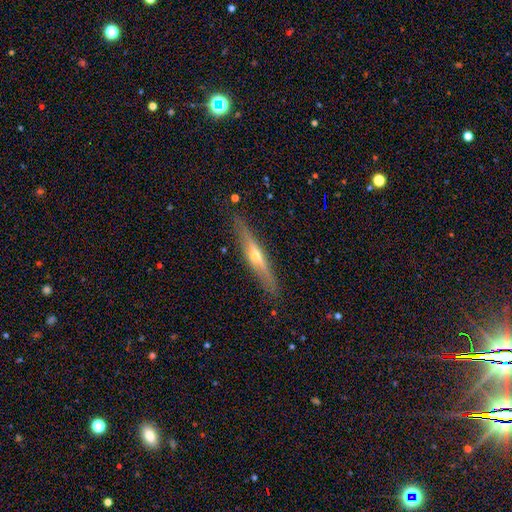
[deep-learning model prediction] Smooth or featured? Predicted: featured or disk (p=0.73). Edge-on disk? Predicted: yes (p=0.95). Edge-on bulge? Predicted: rounded (p=0.86). Merging? Predicted: none (p=0.86).